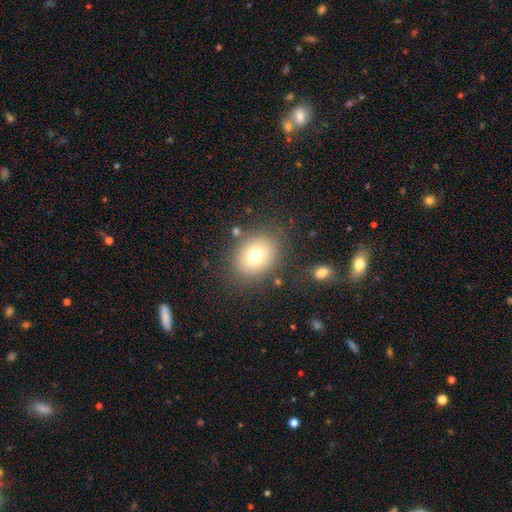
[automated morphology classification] A smooth galaxy with no disk features (73%) that is round (52%). Merging: none (80%).